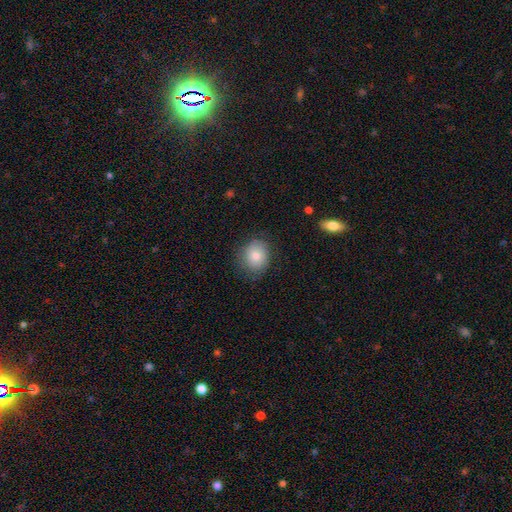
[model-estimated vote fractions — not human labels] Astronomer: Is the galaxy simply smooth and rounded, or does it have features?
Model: smooth — 82%.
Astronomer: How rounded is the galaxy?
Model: round — 63%.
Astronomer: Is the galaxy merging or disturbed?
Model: none — 78%.